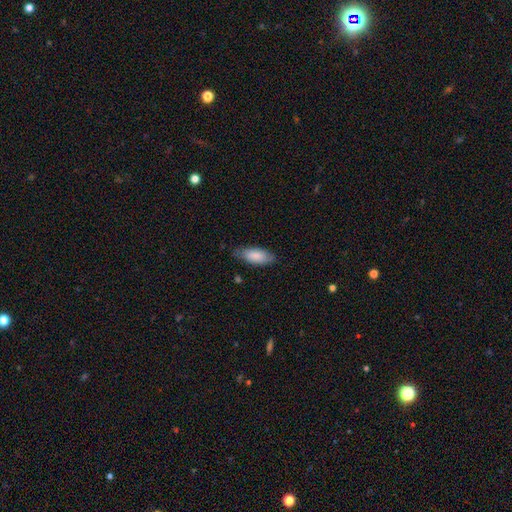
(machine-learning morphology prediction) A smooth galaxy with no disk features (83%) that is in between round and cigar-shaped (83%).

Vote fractions:
- Smooth or featured? smooth: 83% / featured or disk: 12% / star or artifact: 6%
- How rounded? in between: 83% / cigar-shaped: 15% / round: 2%
- Merging? none: 73% / minor disturbance: 22% / major disturbance: 4% / merger: 1%